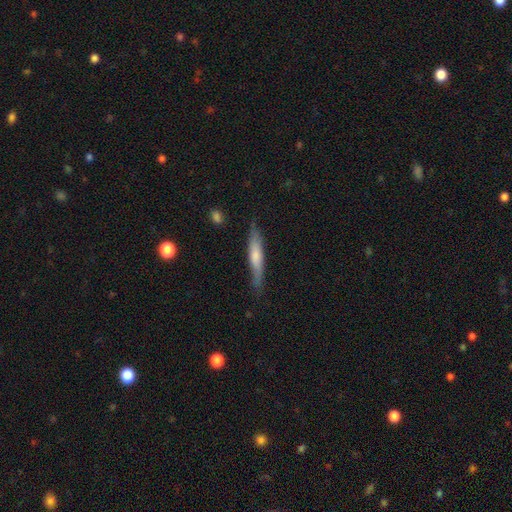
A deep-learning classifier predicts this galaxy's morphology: type=smooth (59%); roundness=cigar-shaped (89%); merging=none (77%).